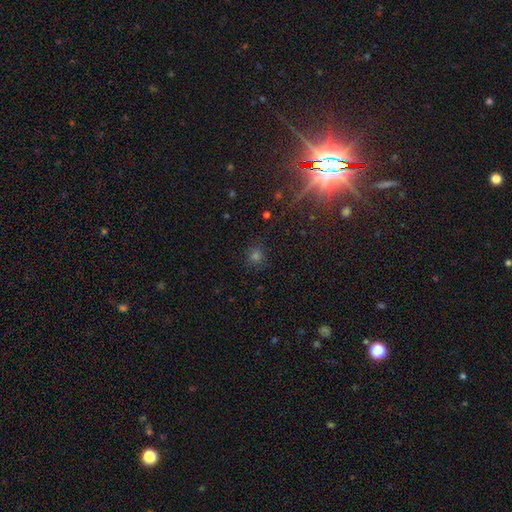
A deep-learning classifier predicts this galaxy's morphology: smooth_or_featured: smooth (p=0.50) [alt: star or artifact p=0.41]
how_rounded: round (p=0.89) [alt: in between p=0.09]
merging: none (p=0.87) [alt: minor disturbance p=0.08]